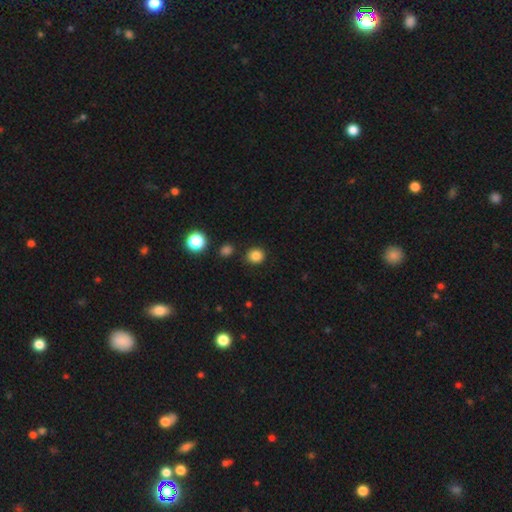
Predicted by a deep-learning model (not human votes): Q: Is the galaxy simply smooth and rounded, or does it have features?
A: smooth — 84%.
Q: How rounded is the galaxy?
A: round — 84%.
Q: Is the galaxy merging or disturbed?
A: none — 88%.